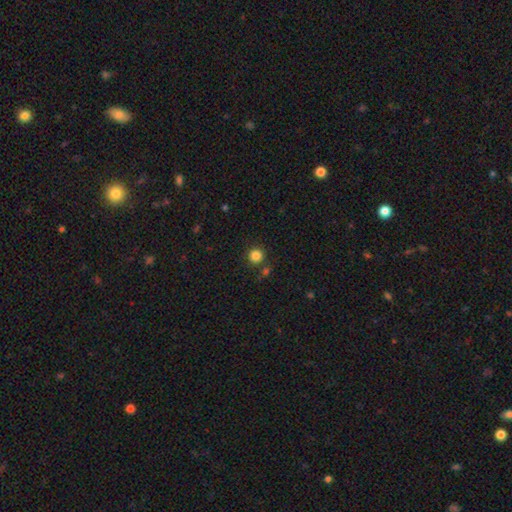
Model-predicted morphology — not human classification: Q: Smooth or featured?
A: smooth (84%); runner-up: star or artifact (12%)
Q: How rounded?
A: round (94%); runner-up: in between (5%)
Q: Merging?
A: none (83%); runner-up: minor disturbance (7%)